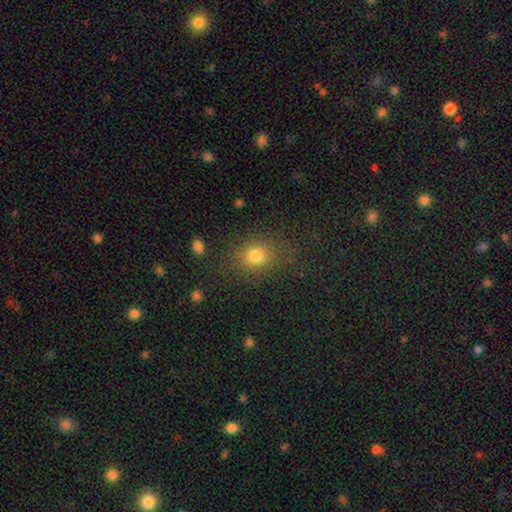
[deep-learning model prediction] This appears to be a smooth galaxy with no disk features (78%) that is round (57%). Merging: none (79%).